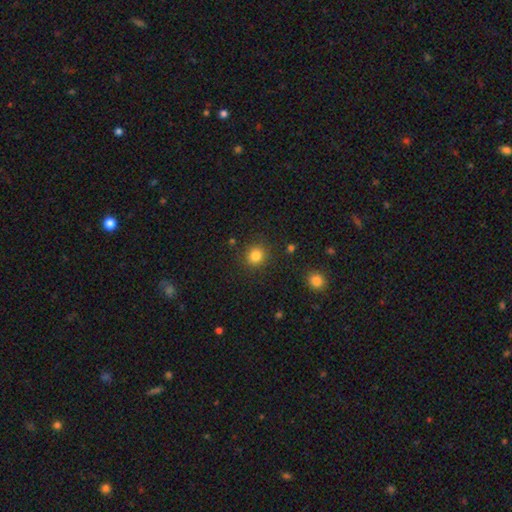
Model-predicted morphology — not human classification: This appears to be a smooth galaxy with no disk features (84%) that is round (90%). Merging: none (88%).